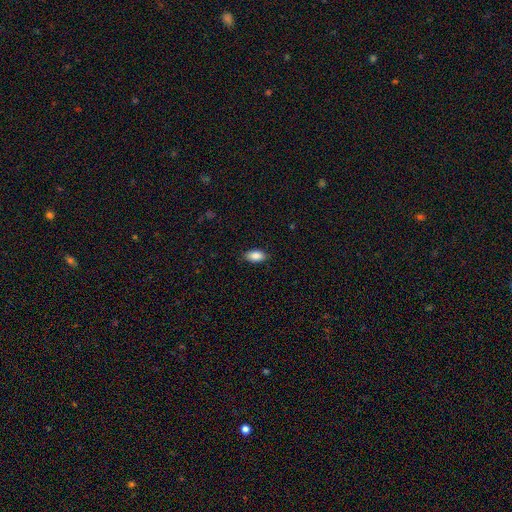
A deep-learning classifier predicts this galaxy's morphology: A smooth galaxy with no disk features (88%) that is in between round and cigar-shaped (93%).

Vote fractions:
- Smooth or featured? smooth: 88% / star or artifact: 7% / featured or disk: 5%
- How rounded? in between: 93% / round: 5% / cigar-shaped: 3%
- Merging? none: 86% / minor disturbance: 10% / major disturbance: 2% / merger: 1%